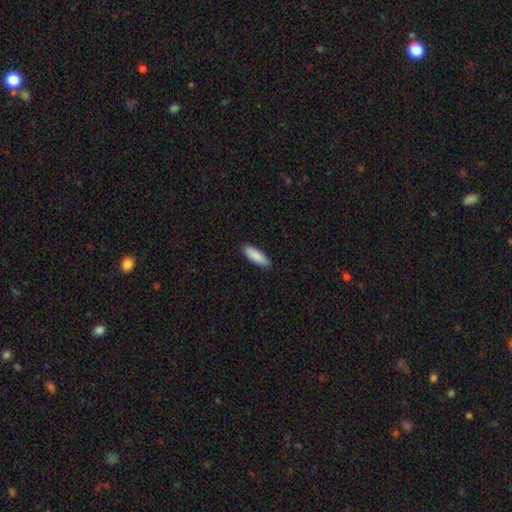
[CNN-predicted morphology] Overall: smooth (89%). How rounded: in between (52%; cigar-shaped 46%). Merging: none (88%).